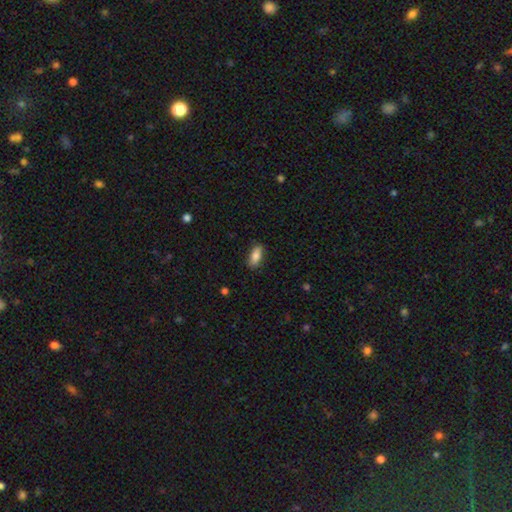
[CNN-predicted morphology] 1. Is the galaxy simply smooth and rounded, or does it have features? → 81% smooth, 12% featured or disk, 7% star or artifact.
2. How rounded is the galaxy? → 81% in between, 16% cigar-shaped, 3% round.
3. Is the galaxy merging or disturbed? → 84% none, 12% minor disturbance, 2% major disturbance, 1% merger.